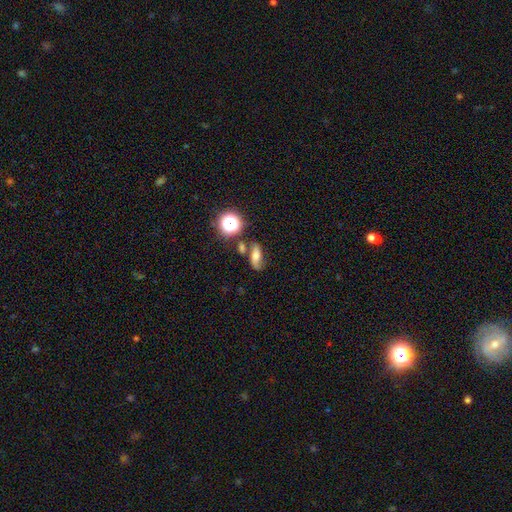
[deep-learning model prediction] A smooth galaxy with no disk features (44%). Merging: none (59%).